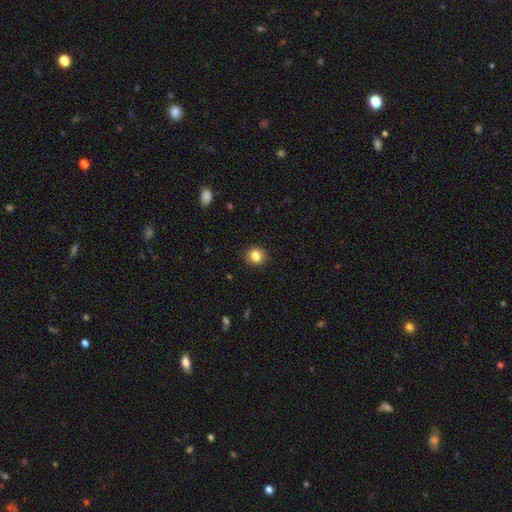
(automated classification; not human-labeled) Smooth or featured? Predicted: smooth (p=0.83). How rounded? Predicted: round (p=0.85). Merging? Predicted: none (p=0.92).